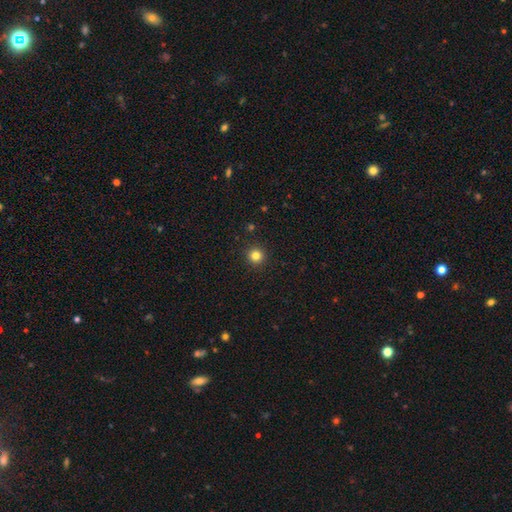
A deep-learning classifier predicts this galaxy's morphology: Smooth or featured? Predicted: smooth (p=0.82). How rounded? Predicted: round (p=0.95). Merging? Predicted: none (p=0.93).